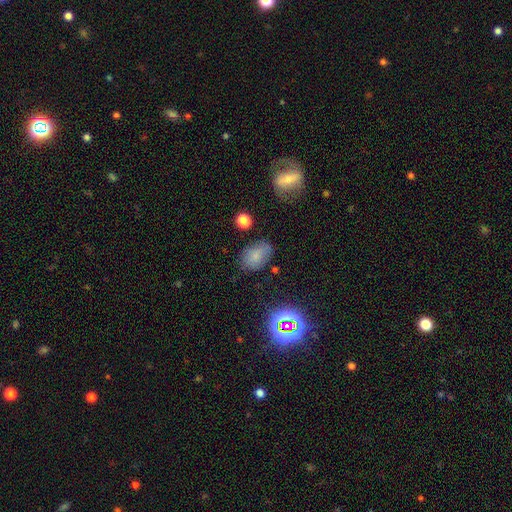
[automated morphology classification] Smooth or featured? smooth (74%)
How rounded? in between (86%)
Merging? none (70%)